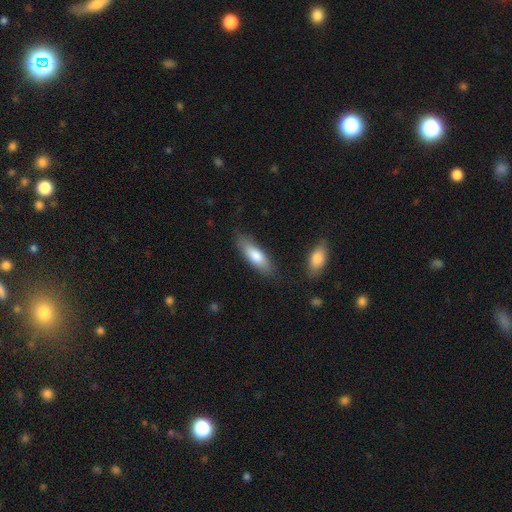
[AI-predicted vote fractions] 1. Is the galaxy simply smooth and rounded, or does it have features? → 77% smooth, 17% featured or disk, 6% star or artifact.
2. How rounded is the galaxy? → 49% cigar-shaped (tied), 49% in between (tied), 2% round.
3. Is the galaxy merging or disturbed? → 79% none, 15% minor disturbance, 3% major disturbance, 3% merger.